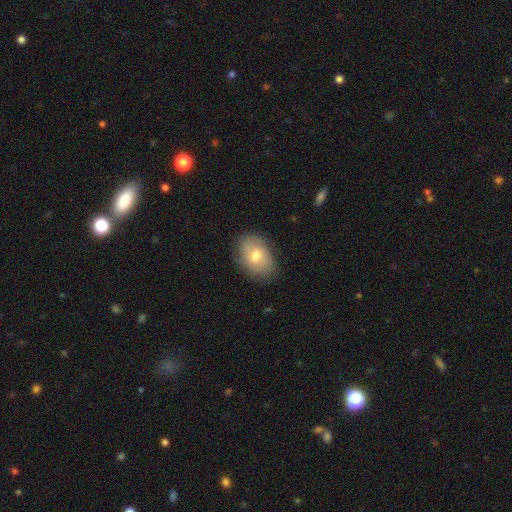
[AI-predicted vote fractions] Smooth or featured? smooth (66%)
How rounded? in between (83%)
Merging? none (78%)